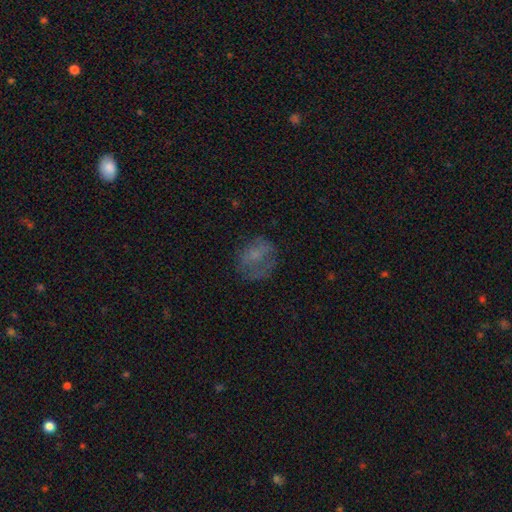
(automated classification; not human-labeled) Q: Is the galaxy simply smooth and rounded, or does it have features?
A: smooth — 54%.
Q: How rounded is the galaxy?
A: round — 52%.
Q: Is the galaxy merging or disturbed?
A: none — 52%.